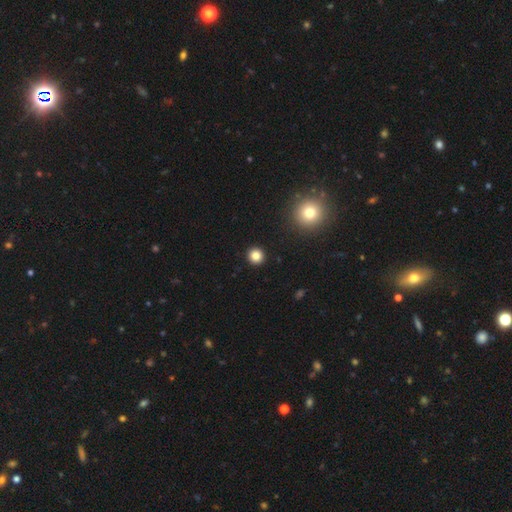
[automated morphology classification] A smooth galaxy with no disk features (83%) that is round (94%).

Vote fractions:
- Smooth or featured? smooth: 83% / star or artifact: 12% / featured or disk: 4%
- How rounded? round: 94% / in between: 5% / cigar-shaped: 1%
- Merging? none: 93% / minor disturbance: 4% / major disturbance: 2% / merger: 1%